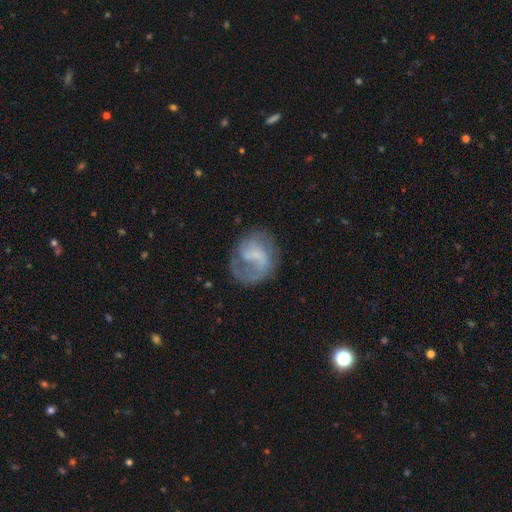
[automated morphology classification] type=featured or disk (59%); edge-on=no (98%); bar=no (50%); spiral arms=yes (71%); bulge=none (48%); merging=none (49%).